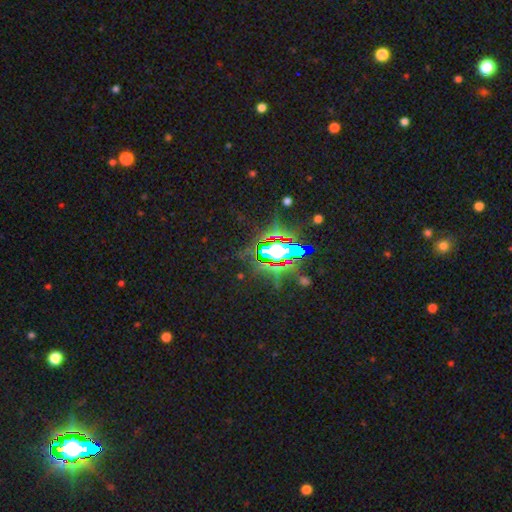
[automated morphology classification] This is clearly a star or artifact rather than a galaxy (85%).